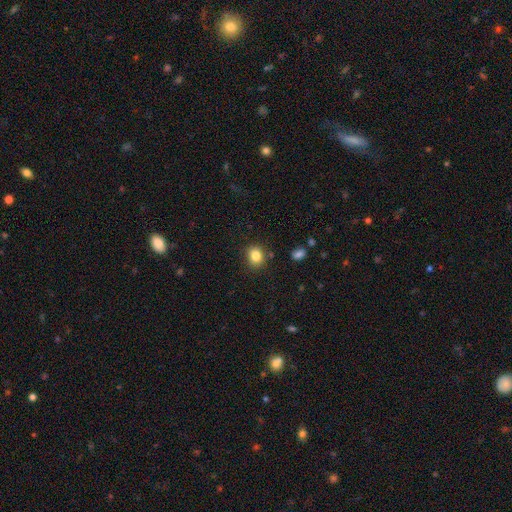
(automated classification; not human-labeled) Smooth or featured: smooth — 83% (star or artifact — 11%)
How rounded: round — 67% (in between — 32%)
Merging: none — 85% (minor disturbance — 10%)